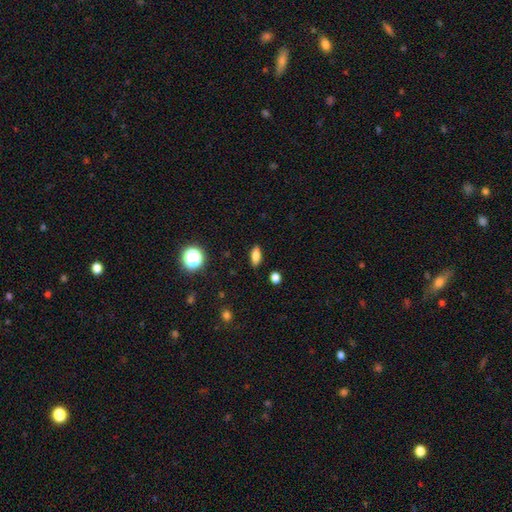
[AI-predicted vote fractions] smooth 77%, featured or disk 12%, star or artifact 11%. Down the decision tree: how rounded — in between (76%); merging — none (88%).